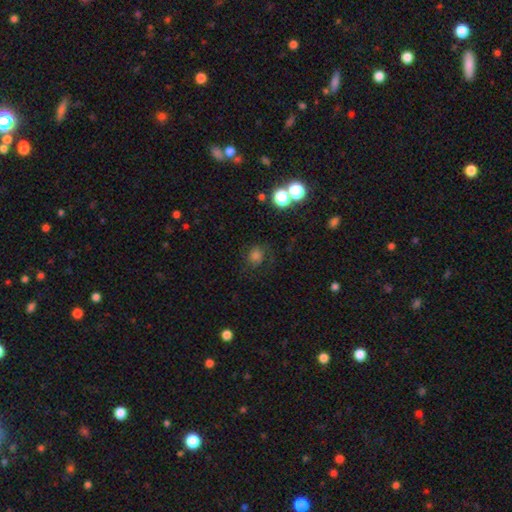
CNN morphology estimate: type=smooth (61%); roundness=round (80%); merging=none (65%).